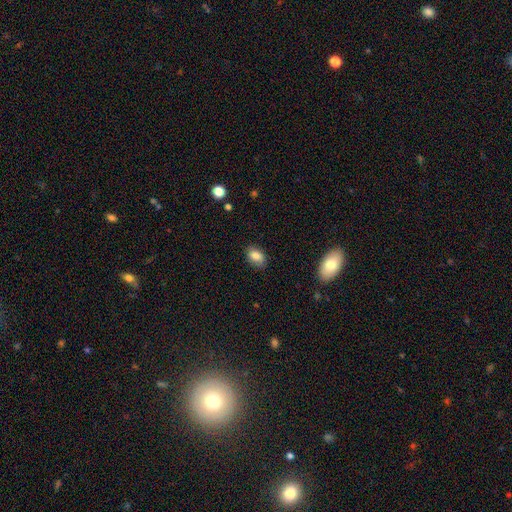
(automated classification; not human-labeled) Smooth or featured?
  - smooth: 84% *
  - star or artifact: 8%
  - featured or disk: 7%
How rounded?
  - in between: 84% *
  - round: 14%
  - cigar-shaped: 2%
Merging?
  - none: 78% *
  - minor disturbance: 18%
  - major disturbance: 3%
  - merger: 1%